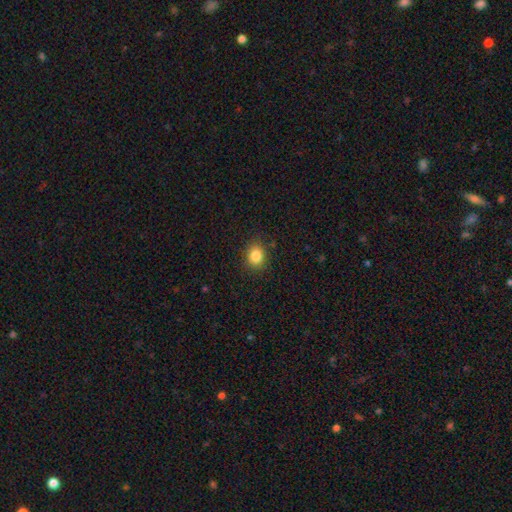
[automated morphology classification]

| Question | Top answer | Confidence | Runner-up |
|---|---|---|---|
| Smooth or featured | smooth | 84% | star or artifact (10%) |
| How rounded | round | 57% | in between (42%) |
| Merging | none | 87% | minor disturbance (9%) |